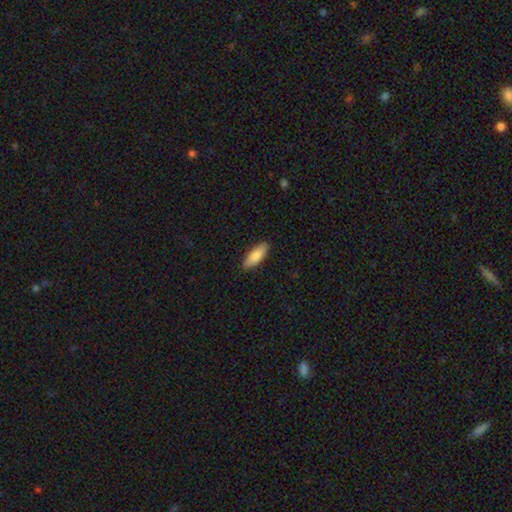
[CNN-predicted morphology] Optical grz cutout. It shows a smooth galaxy with no disk features (85%) that is in between round and cigar-shaped (67%). Merging: none (88%).